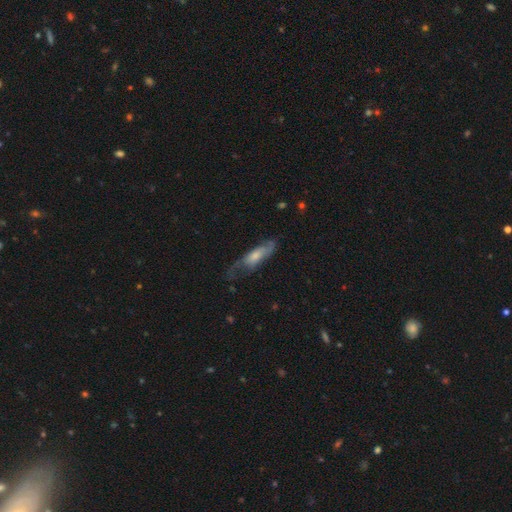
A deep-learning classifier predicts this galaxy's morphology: Smooth or featured?
  - featured or disk: 53% *
  - smooth: 40%
  - star or artifact: 6%
Edge-on disk?
  - no: 72% *
  - yes: 28%
Merging?
  - none: 46% *
  - minor disturbance: 27%
  - major disturbance: 25%
  - merger: 2%